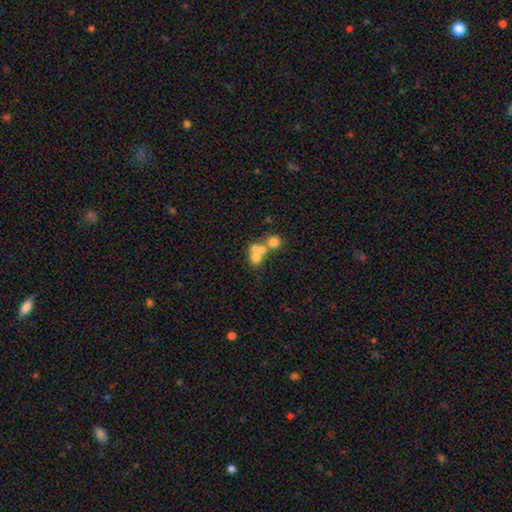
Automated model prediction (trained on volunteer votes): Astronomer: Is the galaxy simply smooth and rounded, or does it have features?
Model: smooth — 58%.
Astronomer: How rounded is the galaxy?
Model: round — 75%.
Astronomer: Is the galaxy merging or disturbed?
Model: merger — 61%.